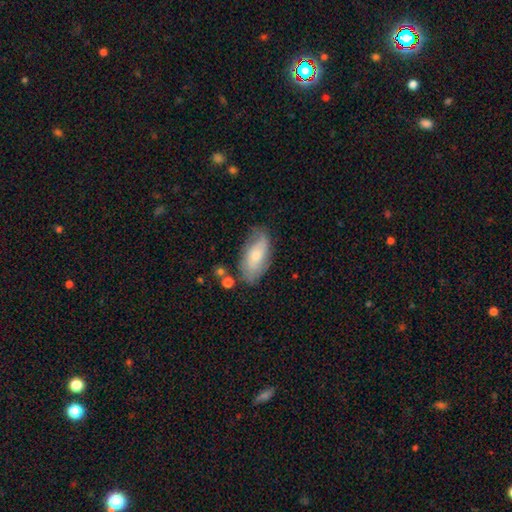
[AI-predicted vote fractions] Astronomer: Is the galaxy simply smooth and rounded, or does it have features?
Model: smooth — 56% (runner-up: featured or disk, 37%).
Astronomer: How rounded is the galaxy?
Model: in between — 90%.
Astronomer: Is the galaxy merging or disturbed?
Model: none — 64%.